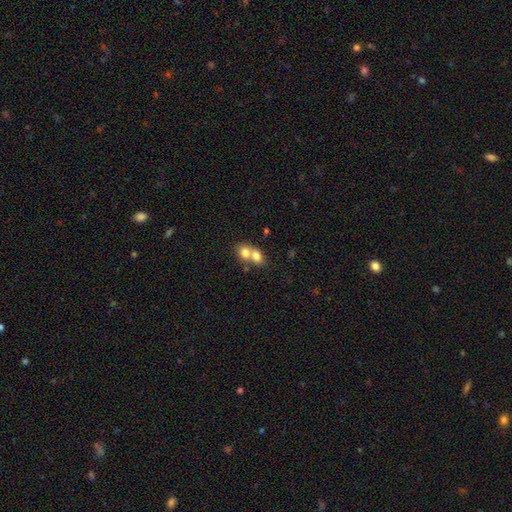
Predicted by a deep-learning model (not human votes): The model was most divided on "how rounded": in between: 54%, round: 44%, cigar-shaped: 1%. More confident: smooth or featured — smooth (75%); merging — merger (71%).